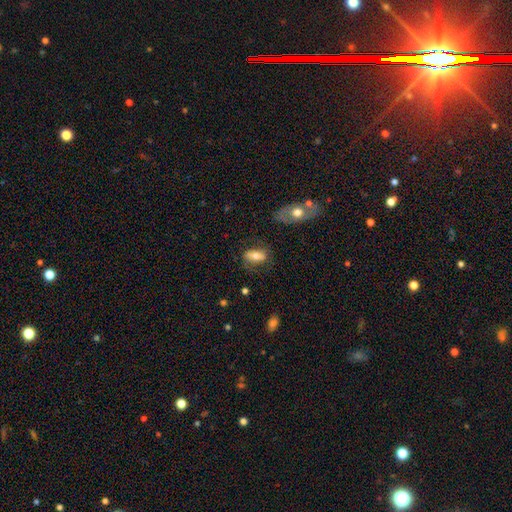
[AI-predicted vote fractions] smooth 61%, featured or disk 31%, star or artifact 8%. Down the decision tree: how rounded — in between (81%); merging — none (69%).